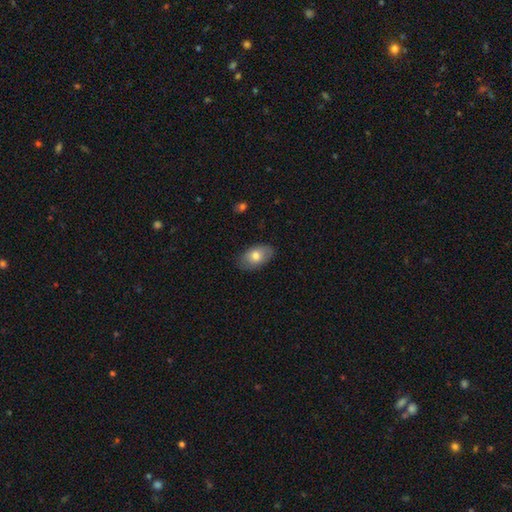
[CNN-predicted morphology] This is likely a smooth galaxy (75%). How rounded: clearly in between (91%). Merging: clearly none (80%).